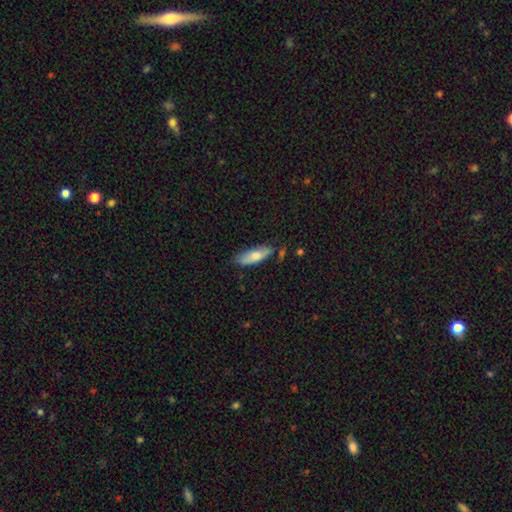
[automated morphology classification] type=smooth (73%); roundness=in between (62%); merging=none (71%).